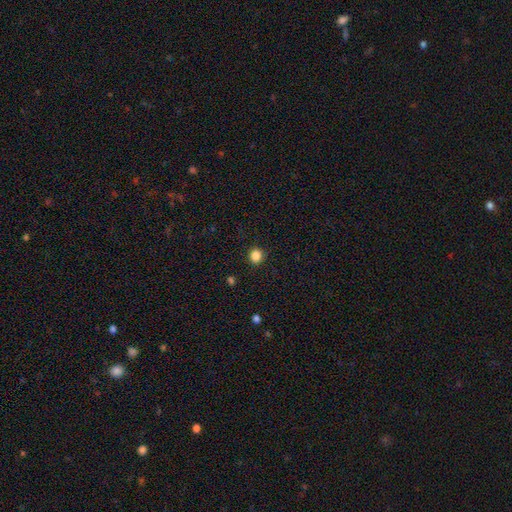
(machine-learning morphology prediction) Overall: smooth (85%). How rounded: round (80%). Merging: none (90%).